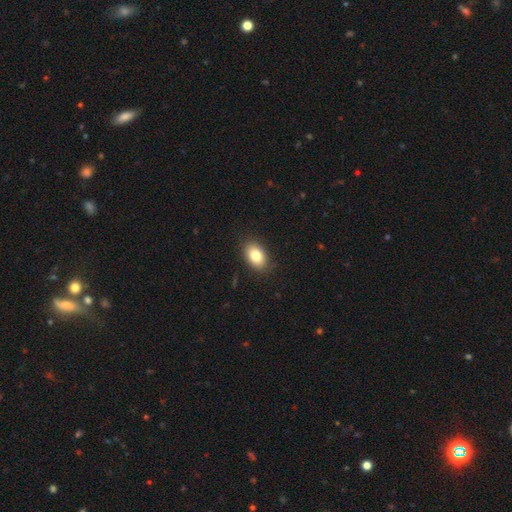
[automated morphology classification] Smooth or featured?
  - smooth: 82% *
  - featured or disk: 10%
  - star or artifact: 9%
How rounded?
  - in between: 84% *
  - round: 14%
  - cigar-shaped: 1%
Merging?
  - none: 88% *
  - minor disturbance: 9%
  - major disturbance: 2%
  - merger: 1%